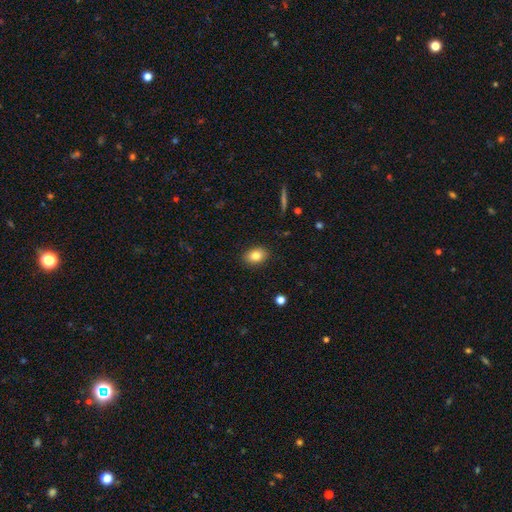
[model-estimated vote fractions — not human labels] Smooth or featured?
  - smooth: 83% *
  - star or artifact: 9%
  - featured or disk: 8%
How rounded?
  - in between: 77% *
  - round: 21%
  - cigar-shaped: 1%
Merging?
  - none: 88% *
  - minor disturbance: 8%
  - major disturbance: 2%
  - merger: 1%